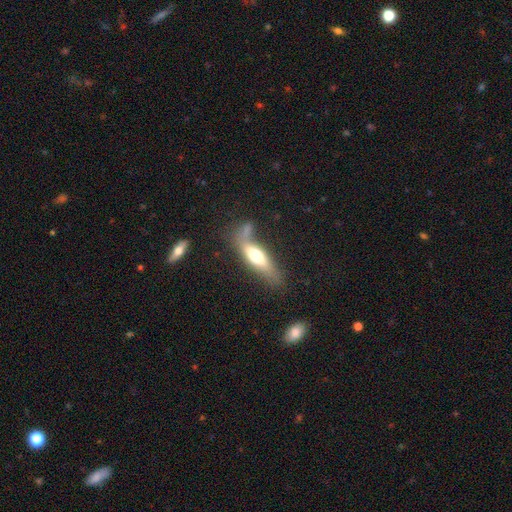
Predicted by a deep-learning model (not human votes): Smooth or featured: smooth — 54% (featured or disk — 40%)
How rounded: cigar-shaped — 56% (in between — 41%)
Merging: none — 48% (minor disturbance — 23%)